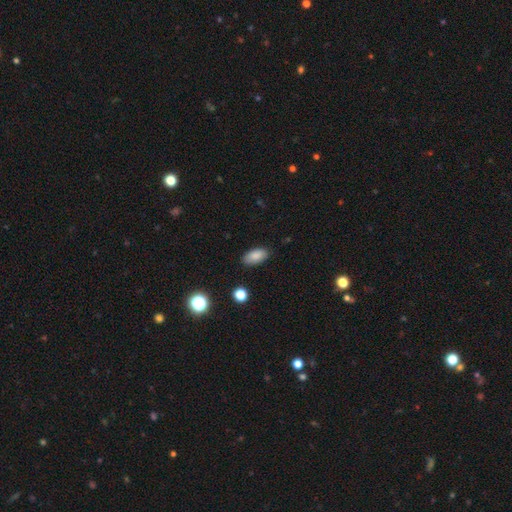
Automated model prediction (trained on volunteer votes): smooth-or-featured: smooth: 86% | star or artifact: 8% | featured or disk: 6%
  how-rounded: in between: 92% | cigar-shaped: 4% | round: 3%
  merging: none: 86% | minor disturbance: 11% | major disturbance: 2% | merger: 1%